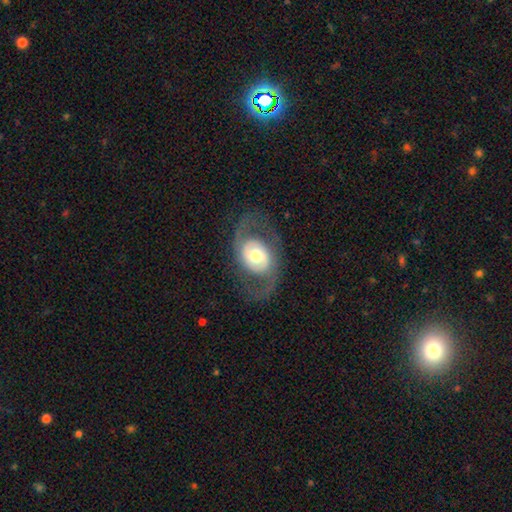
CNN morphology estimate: Smooth or featured: featured or disk — 75% (smooth — 20%)
Edge-on disk: no — 96% (yes — 4%)
Bar: no — 67% (weak — 24%)
Spiral arms: yes — 74% (no — 26%)
Spiral winding: medium — 47% (loose — 36%)
Spiral arm count: 2 — 88% (can't tell — 6%)
Bulge size: moderate — 63% (large — 23%)
Merging: none — 71% (major disturbance — 15%)